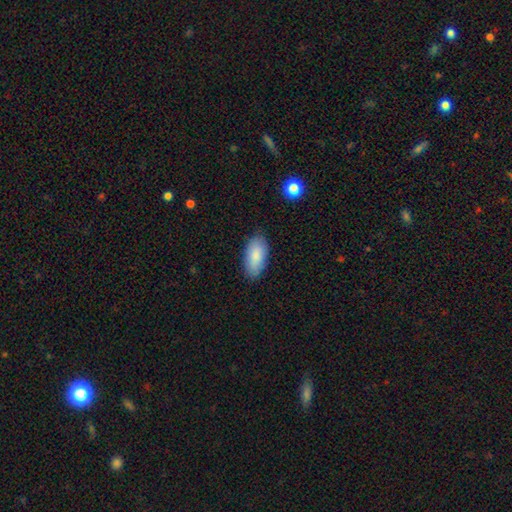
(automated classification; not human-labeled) Smooth or featured? Predicted: smooth (p=0.86). How rounded? Predicted: in between (p=0.92). Merging? Predicted: none (p=0.84).